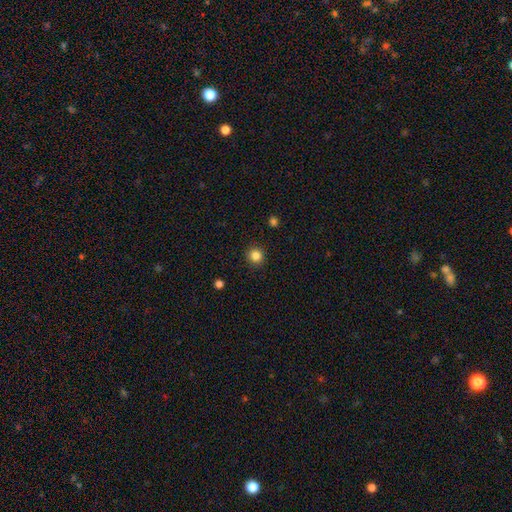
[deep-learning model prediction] This appears to be a smooth galaxy with no disk features (85%) that is round (92%). Merging: none (92%).